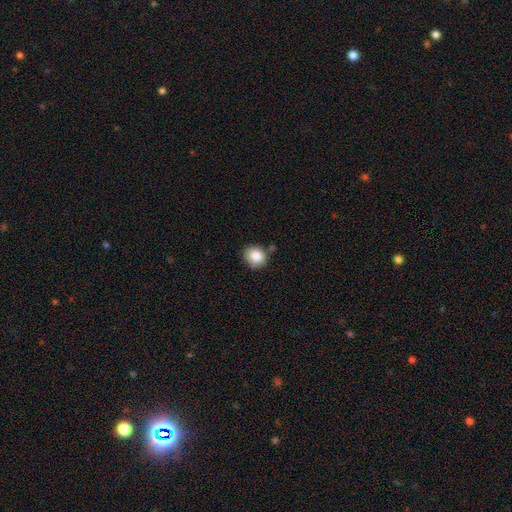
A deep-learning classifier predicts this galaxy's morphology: smooth-or-featured: smooth: 85% | star or artifact: 9% | featured or disk: 6%
  how-rounded: round: 69% | in between: 30% | cigar-shaped: 1%
  merging: none: 75% | minor disturbance: 17% | merger: 5% | major disturbance: 3%